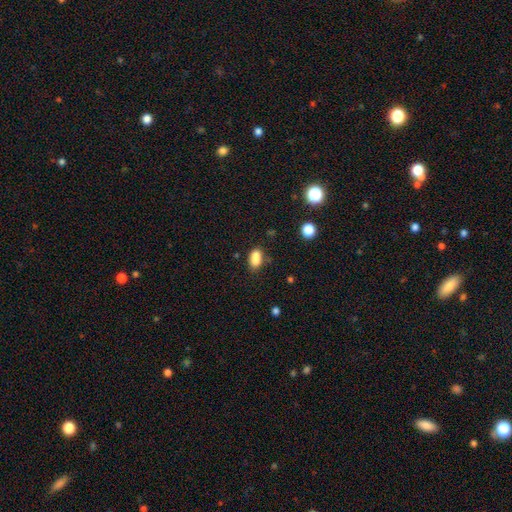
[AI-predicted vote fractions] Smooth or featured? Predicted: smooth (p=0.81). How rounded? Predicted: in between (p=0.84). Merging? Predicted: none (p=0.53).